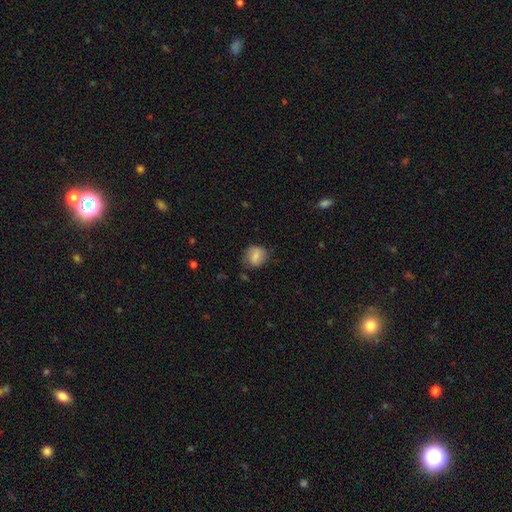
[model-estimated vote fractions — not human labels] The model was most divided on "how rounded": round: 76%, in between: 23%, cigar-shaped: 1%. More confident: smooth or featured — smooth (77%); merging — none (75%).